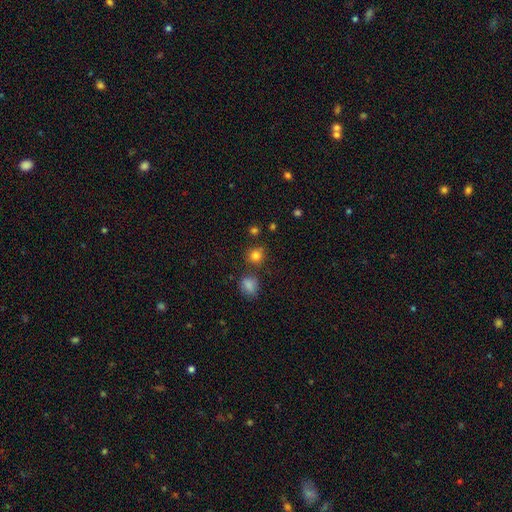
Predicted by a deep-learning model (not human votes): A smooth galaxy with no disk features (80%) that is round (85%).

Vote fractions:
- Smooth or featured? smooth: 80% / star or artifact: 14% / featured or disk: 6%
- How rounded? round: 85% / in between: 13% / cigar-shaped: 1%
- Merging? none: 74% / minor disturbance: 11% / merger: 11% / major disturbance: 4%